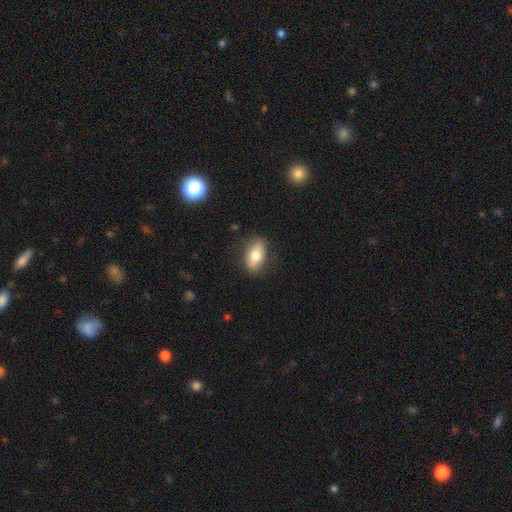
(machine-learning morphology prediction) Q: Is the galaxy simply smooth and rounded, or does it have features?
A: smooth — 74%.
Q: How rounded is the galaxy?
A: in between — 89%.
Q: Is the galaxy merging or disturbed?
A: none — 80%.